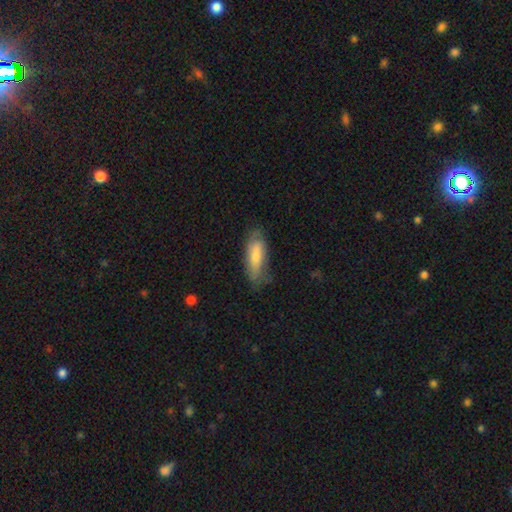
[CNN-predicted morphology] This is likely a smooth galaxy (68%). How rounded: likely in between (66%). Merging: likely none (63%).